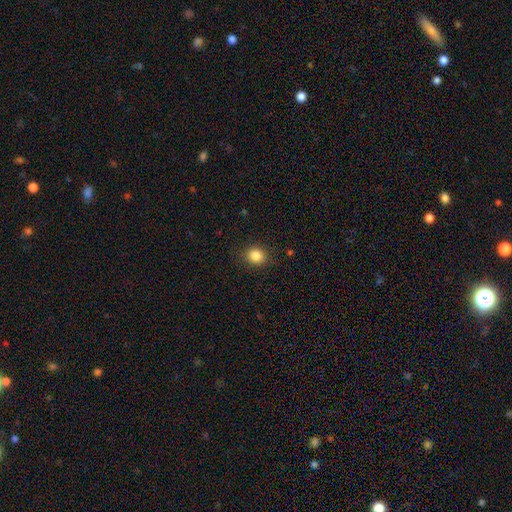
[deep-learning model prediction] smooth-or-featured: smooth: 84% | star or artifact: 11% | featured or disk: 5%
  how-rounded: round: 76% | in between: 23% | cigar-shaped: 1%
  merging: none: 88% | minor disturbance: 8% | major disturbance: 3% | merger: 1%